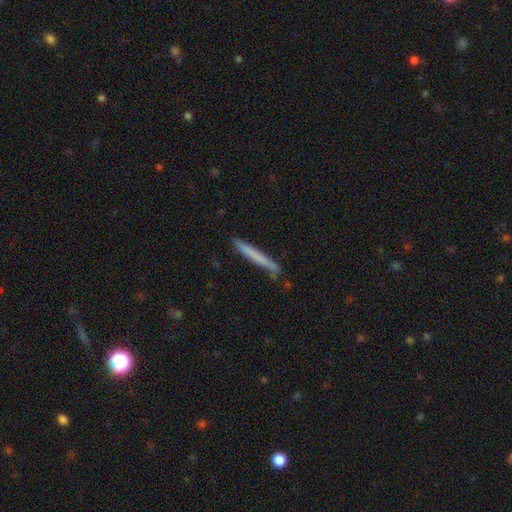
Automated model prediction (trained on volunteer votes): smooth 67%, featured or disk 27%, star or artifact 6%. Down the decision tree: how rounded — cigar-shaped (97%); merging — none (84%).